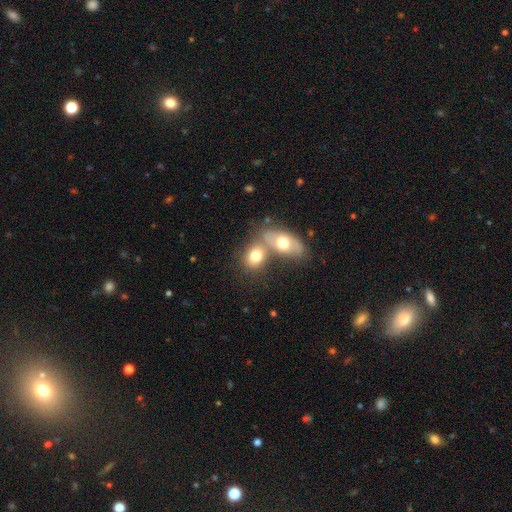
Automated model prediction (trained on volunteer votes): smooth_or_featured: smooth (p=0.70) [alt: featured or disk p=0.22]
how_rounded: in between (p=0.70) [alt: round p=0.28]
merging: merger (p=0.49) [alt: none p=0.37]